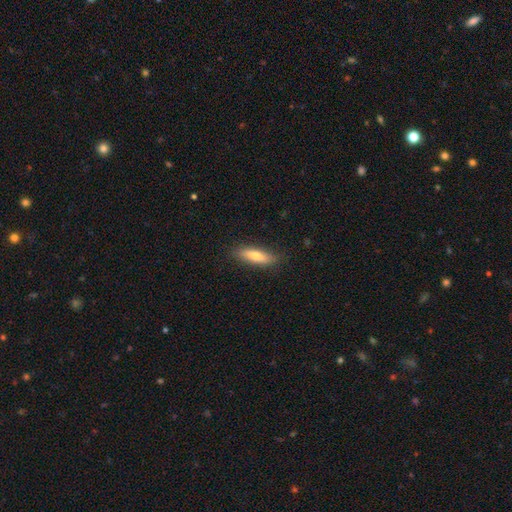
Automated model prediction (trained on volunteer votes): smooth 70%, featured or disk 24%, star or artifact 6%. Down the decision tree: how rounded — cigar-shaped (59%); merging — none (85%).